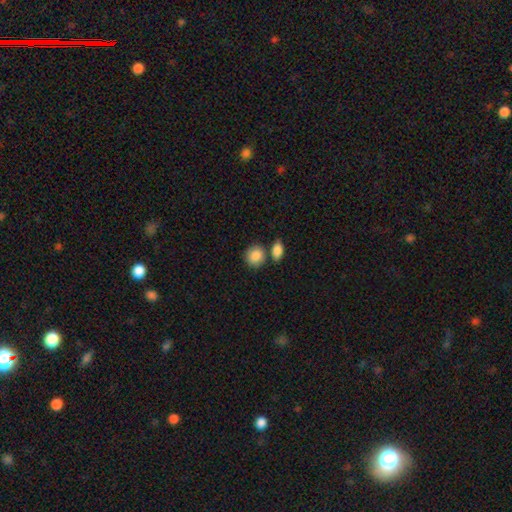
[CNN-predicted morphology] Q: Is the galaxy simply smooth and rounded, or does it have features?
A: smooth — 88%.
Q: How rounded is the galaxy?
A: round — 68%.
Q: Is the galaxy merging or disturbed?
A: none — 63%.